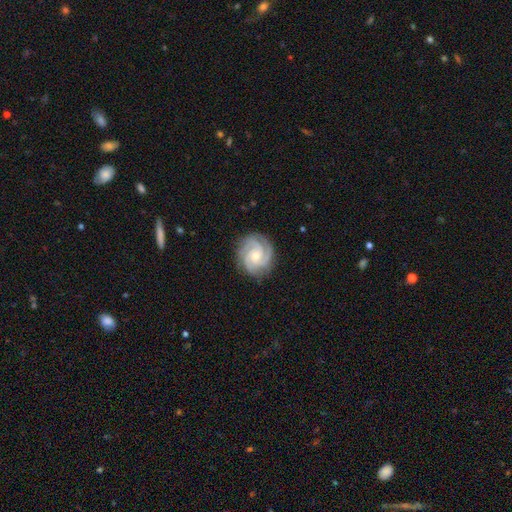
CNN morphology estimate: Smooth or featured?
  - featured or disk: 90% *
  - smooth: 5%
  - star or artifact: 4%
Edge-on disk?
  - no: 98% *
  - yes: 2%
Bar?
  - no: 72% *
  - weak: 23%
  - strong: 5%
Spiral arms?
  - yes: 99% *
  - no: 1%
Spiral winding?
  - tight: 71% *
  - medium: 26%
  - loose: 3%
Spiral arm count?
  - 3: 61% *
  - 4: 18%
  - 2: 7%
  - can't tell: 6%
  - more than 4: 4%
  - 1: 4%
Bulge size?
  - small: 54% *
  - moderate: 43%
  - large: 1%
  - none: 1%
  - dominant: 1%
Merging?
  - none: 84% *
  - minor disturbance: 13%
  - major disturbance: 3%
  - merger: 1%